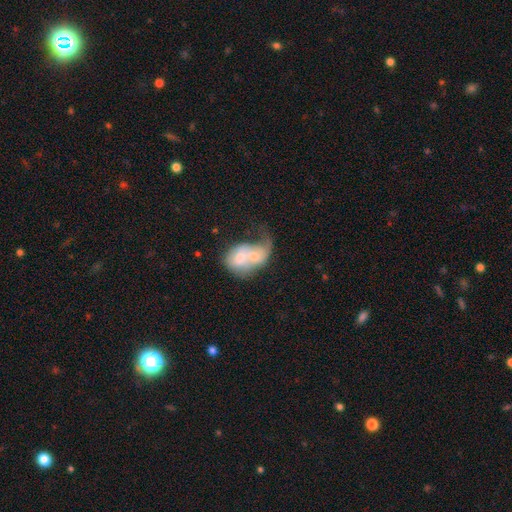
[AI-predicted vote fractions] Overall: smooth (52%; featured or disk 41%). How rounded: in between (64%; round 35%). Merging: merger (70%).